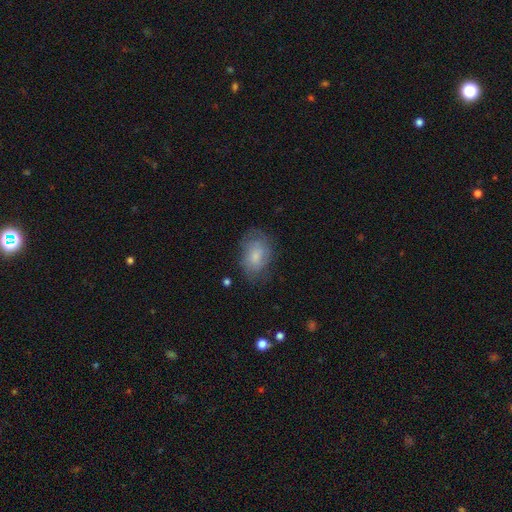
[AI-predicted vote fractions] Morphology: type=smooth (62%); roundness=in between (82%); merging=none (65%).